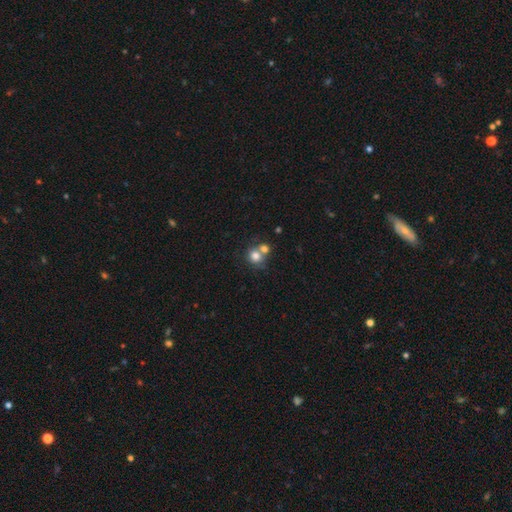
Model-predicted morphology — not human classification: A smooth galaxy with no disk features (77%) that is round (84%).

Vote fractions:
- Smooth or featured? smooth: 77% / featured or disk: 12% / star or artifact: 11%
- How rounded? round: 84% / in between: 15% / cigar-shaped: 1%
- Merging? merger: 45% / none: 43% / minor disturbance: 8% / major disturbance: 4%